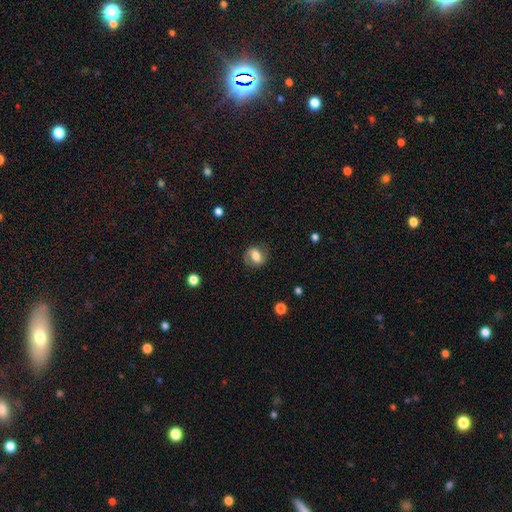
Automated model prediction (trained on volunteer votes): A smooth galaxy with no disk features (47%). Merging: none (74%).